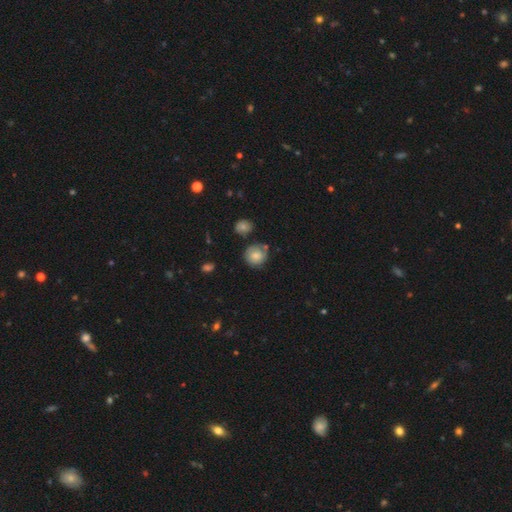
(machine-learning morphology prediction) Q: Smooth or featured?
A: smooth (66%); runner-up: featured or disk (25%)
Q: How rounded?
A: round (85%); runner-up: in between (14%)
Q: Merging?
A: none (64%); runner-up: minor disturbance (22%)